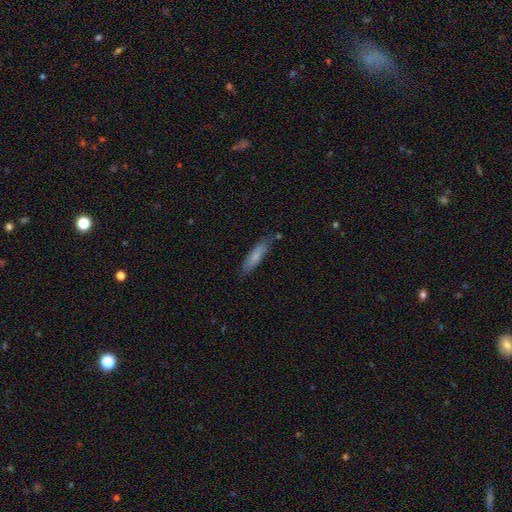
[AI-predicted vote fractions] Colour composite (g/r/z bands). It shows a smooth galaxy with no disk features (76%) that is cigar-shaped (70%). Merging: none (79%).